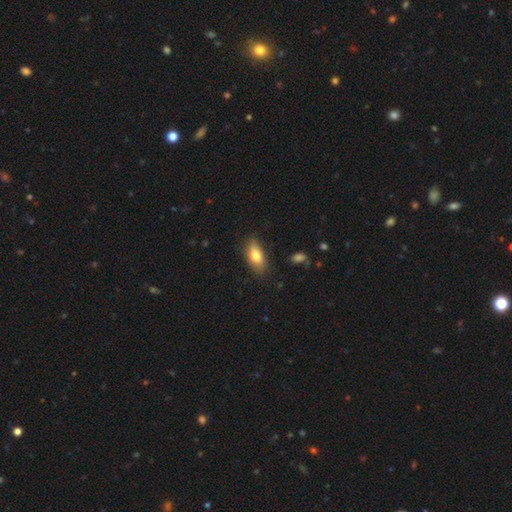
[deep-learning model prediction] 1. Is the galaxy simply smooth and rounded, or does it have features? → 79% smooth, 14% featured or disk, 7% star or artifact.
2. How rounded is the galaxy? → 86% in between, 10% cigar-shaped, 4% round.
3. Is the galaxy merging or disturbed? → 80% none, 15% minor disturbance, 3% major disturbance, 1% merger.